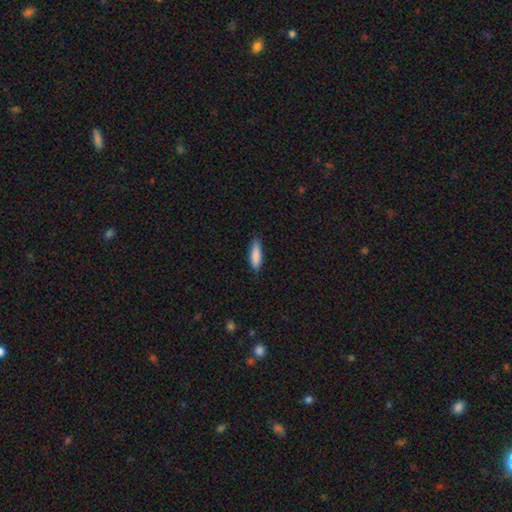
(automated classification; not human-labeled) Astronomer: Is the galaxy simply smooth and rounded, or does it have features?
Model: smooth — 86%.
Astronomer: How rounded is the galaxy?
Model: cigar-shaped — 61% (runner-up: in between, 37%).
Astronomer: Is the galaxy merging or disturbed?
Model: none — 82%.